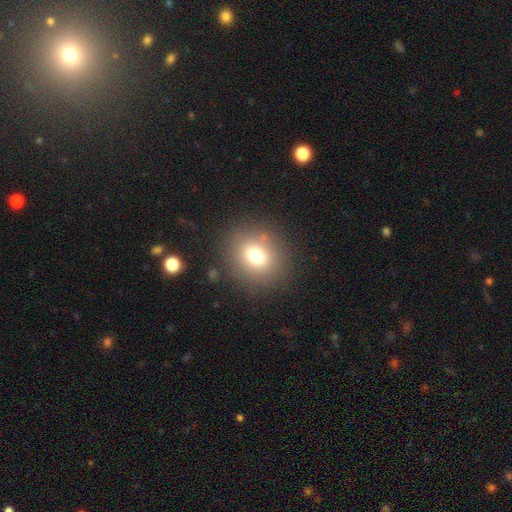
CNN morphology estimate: Smooth or featured?
  - smooth: 73% *
  - star or artifact: 15%
  - featured or disk: 12%
How rounded?
  - round: 71% *
  - in between: 28%
  - cigar-shaped: 1%
Merging?
  - none: 84% *
  - minor disturbance: 9%
  - major disturbance: 5%
  - merger: 2%